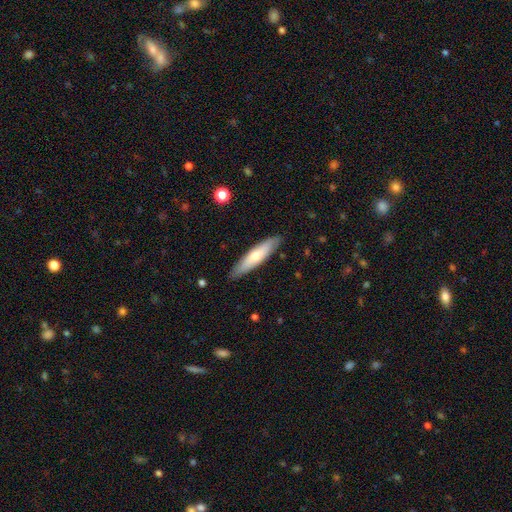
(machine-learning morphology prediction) This appears to be a smooth galaxy with no disk features (59%) that is cigar-shaped (78%). Merging: none (87%).